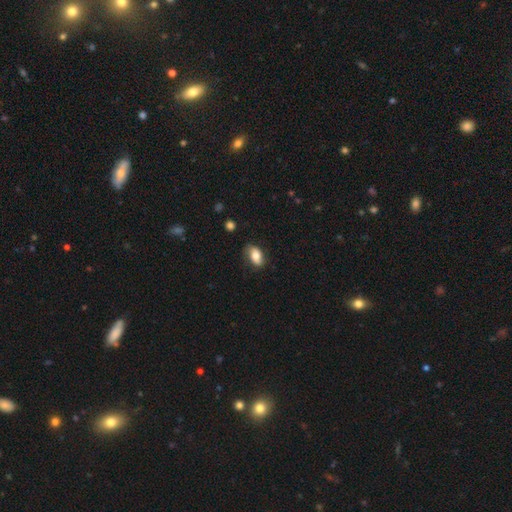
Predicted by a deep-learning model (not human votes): Q: Smooth or featured?
A: smooth (72%); runner-up: featured or disk (21%)
Q: How rounded?
A: in between (90%); runner-up: round (7%)
Q: Merging?
A: none (73%); runner-up: minor disturbance (21%)